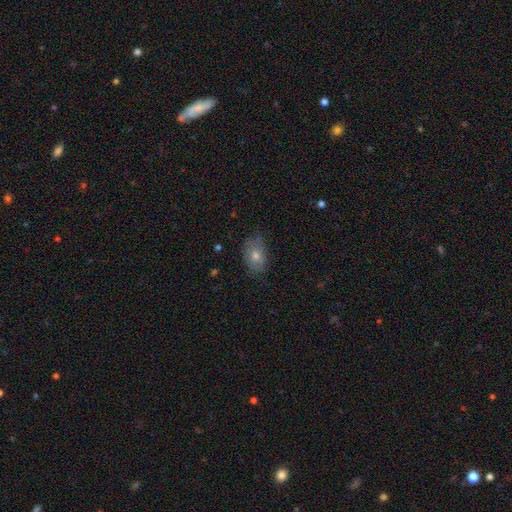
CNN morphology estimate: smooth 66%, featured or disk 21%, star or artifact 12%. Down the decision tree: how rounded — in between (76%); merging — none (73%).